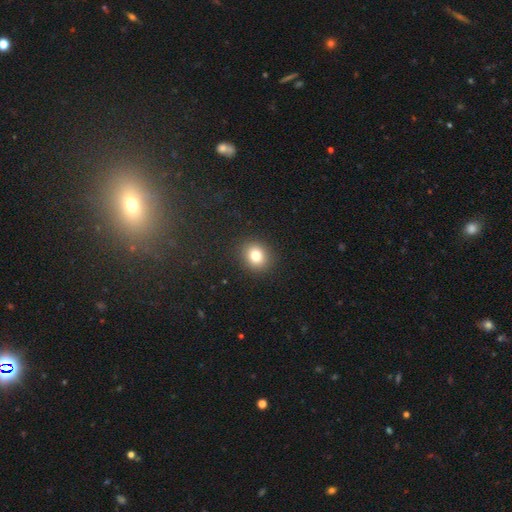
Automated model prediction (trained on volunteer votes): Smooth or featured?
  - smooth: 79% *
  - star or artifact: 13%
  - featured or disk: 8%
How rounded?
  - round: 75% *
  - in between: 24%
  - cigar-shaped: 1%
Merging?
  - none: 90% *
  - minor disturbance: 6%
  - major disturbance: 3%
  - merger: 1%